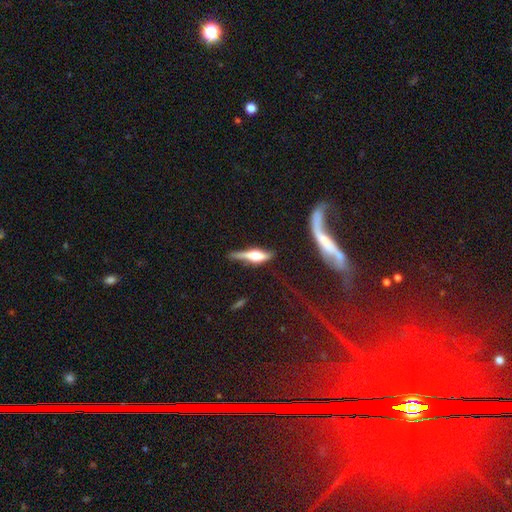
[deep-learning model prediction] Morphology: type=featured or disk (63%); edge-on=yes (91%); edge-on bulge=rounded (84%); merging=none (56%).